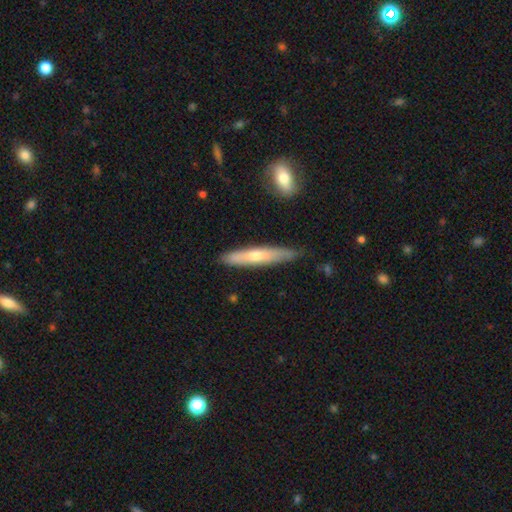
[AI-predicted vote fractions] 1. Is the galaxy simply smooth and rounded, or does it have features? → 54% smooth, 41% featured or disk, 6% star or artifact.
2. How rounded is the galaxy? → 91% cigar-shaped, 8% in between, 1% round.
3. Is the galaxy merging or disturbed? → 79% none, 16% minor disturbance, 3% major disturbance, 2% merger.